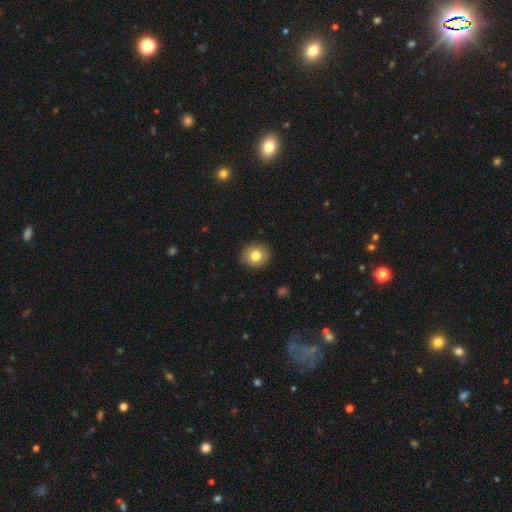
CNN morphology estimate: smooth 79%, featured or disk 11%, star or artifact 10%. Down the decision tree: how rounded — round (75%); merging — none (87%).